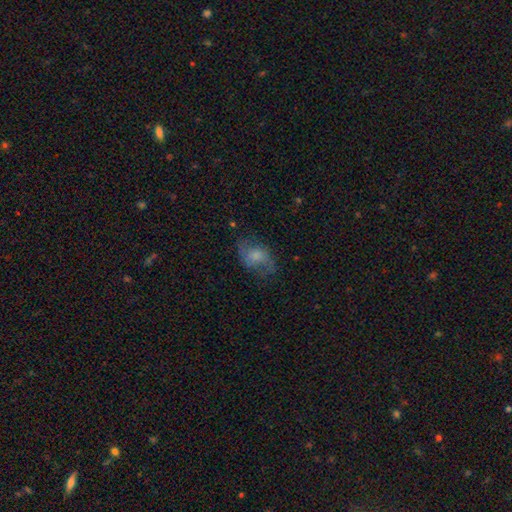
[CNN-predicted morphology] type=smooth (48%); merging=none (59%).